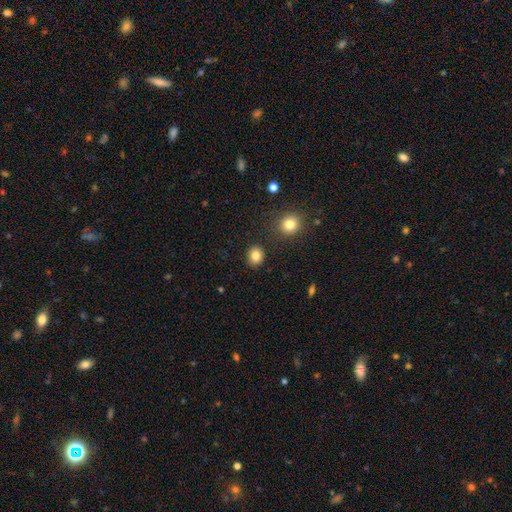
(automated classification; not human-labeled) Smooth or featured?
  - smooth: 83% *
  - star or artifact: 11%
  - featured or disk: 6%
How rounded?
  - round: 74% *
  - in between: 25%
  - cigar-shaped: 1%
Merging?
  - none: 89% *
  - minor disturbance: 7%
  - merger: 2%
  - major disturbance: 2%